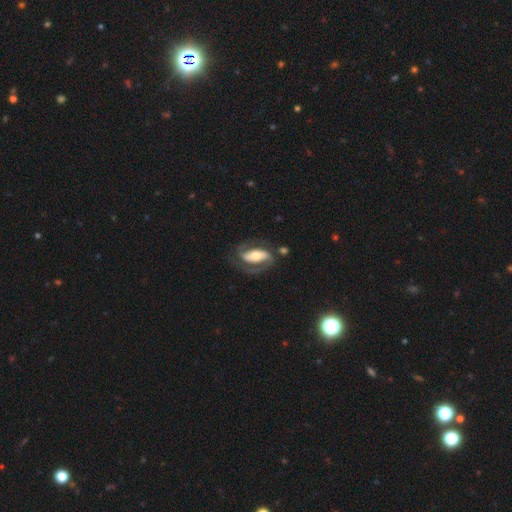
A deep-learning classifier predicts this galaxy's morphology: smooth_or_featured: featured or disk (p=0.80) [alt: smooth p=0.15]
disk_edge_on: no (p=0.93) [alt: yes p=0.07]
bar: strong (p=0.48) [alt: no p=0.27]
has_spiral_arms: yes (p=0.90) [alt: no p=0.10]
spiral_winding: medium (p=0.47) [alt: tight p=0.29]
spiral_arm_count: 2 (p=0.84) [alt: 1 p=0.08]
bulge_size: moderate (p=0.60) [alt: large p=0.18]
merging: none (p=0.65) [alt: minor disturbance p=0.17]